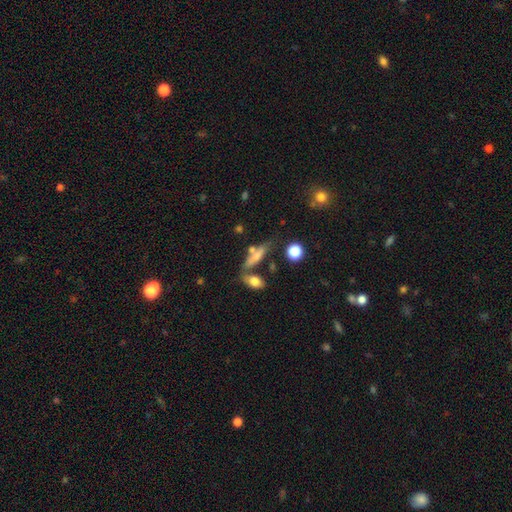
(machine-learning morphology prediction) Q: Smooth or featured?
A: smooth (56%); runner-up: featured or disk (33%)
Q: How rounded?
A: cigar-shaped (61%); runner-up: in between (33%)
Q: Merging?
A: none (53%); runner-up: merger (24%)